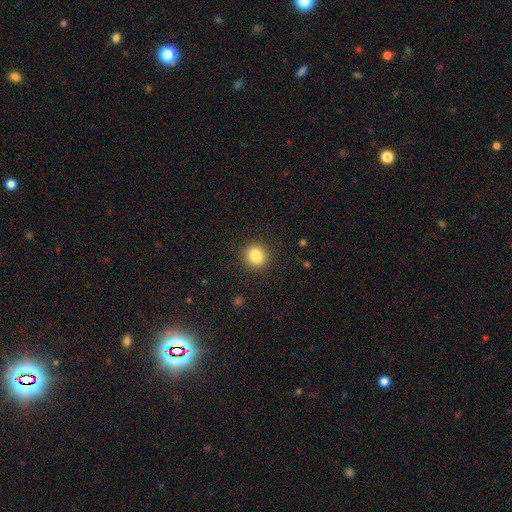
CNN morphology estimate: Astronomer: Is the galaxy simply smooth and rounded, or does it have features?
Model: smooth — 86%.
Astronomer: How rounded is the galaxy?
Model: round — 80%.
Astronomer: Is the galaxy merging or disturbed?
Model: none — 90%.